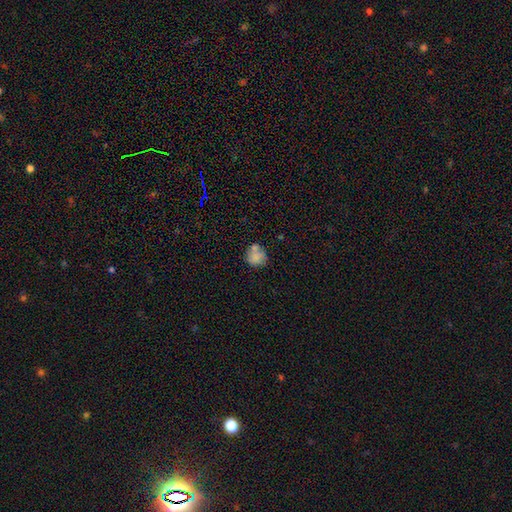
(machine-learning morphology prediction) A smooth galaxy with no disk features (75%) that is round (85%). Merging: none (60%).